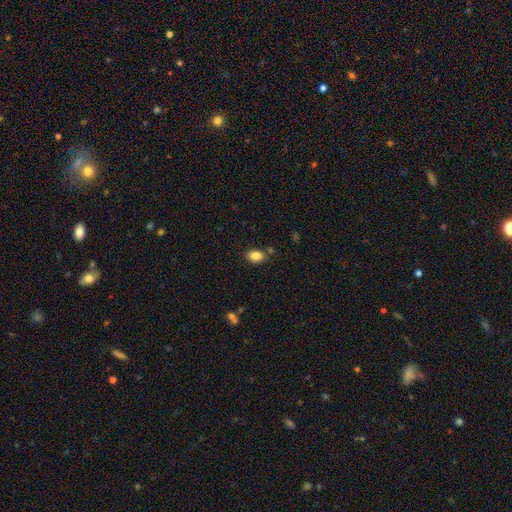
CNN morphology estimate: Overall: smooth (86%). How rounded: in between (81%). Merging: none (80%).